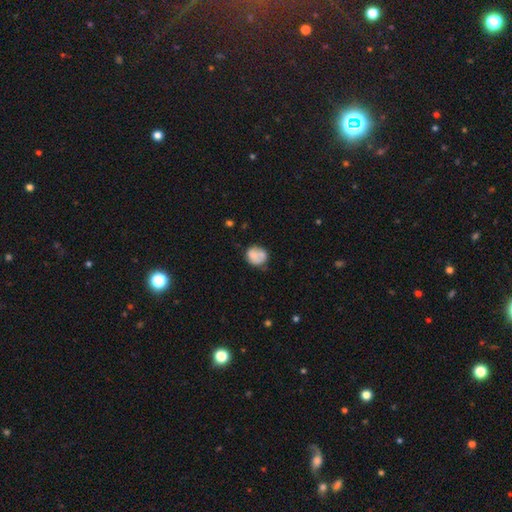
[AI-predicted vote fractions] Smooth or featured? Predicted: smooth (p=0.69). How rounded? Predicted: round (p=0.71). Merging? Predicted: none (p=0.53).